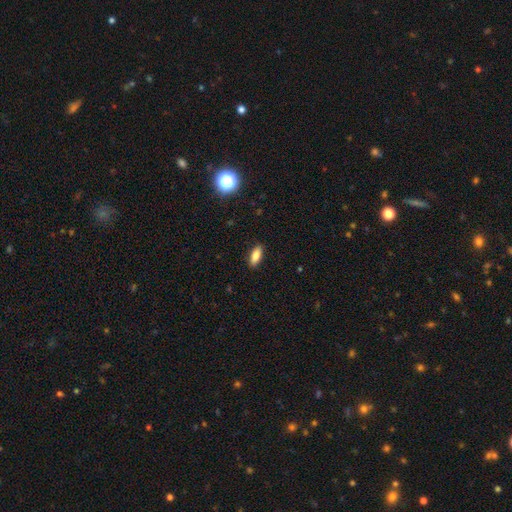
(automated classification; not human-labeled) Overall: smooth (83%). How rounded: in between (77%). Merging: none (89%).